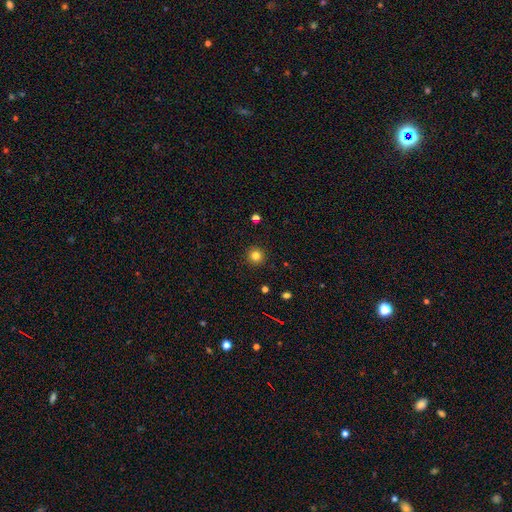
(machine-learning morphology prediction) Smooth or featured?
  - smooth: 81% *
  - star or artifact: 13%
  - featured or disk: 6%
How rounded?
  - round: 95% *
  - in between: 4%
  - cigar-shaped: 1%
Merging?
  - none: 92% *
  - minor disturbance: 5%
  - major disturbance: 2%
  - merger: 1%